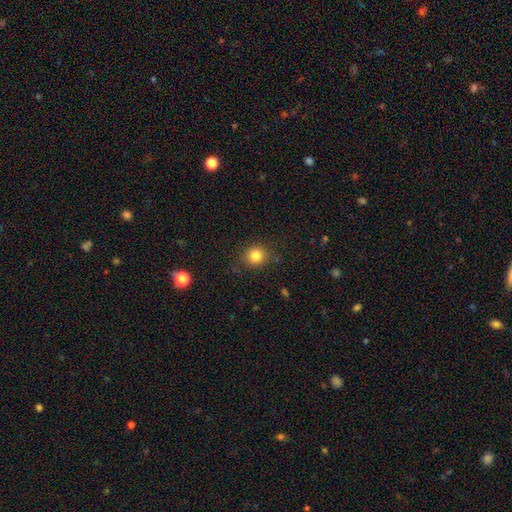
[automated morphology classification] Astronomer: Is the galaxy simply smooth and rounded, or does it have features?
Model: smooth — 82%.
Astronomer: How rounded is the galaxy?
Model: round — 85%.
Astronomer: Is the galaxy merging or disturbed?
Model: none — 85%.